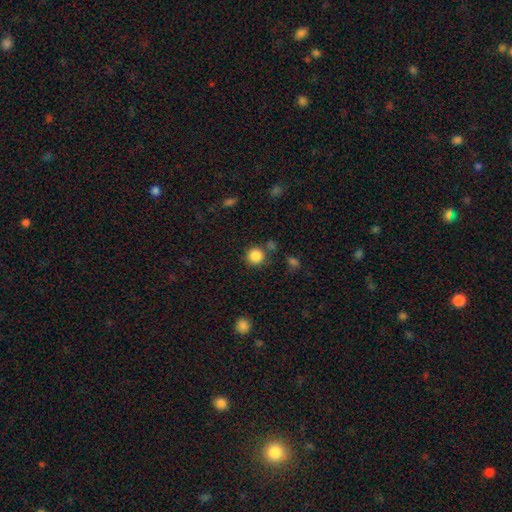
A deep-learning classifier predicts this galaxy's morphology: Smooth or featured: smooth — 86% (star or artifact — 11%)
How rounded: round — 93% (in between — 6%)
Merging: none — 81% (minor disturbance — 9%)